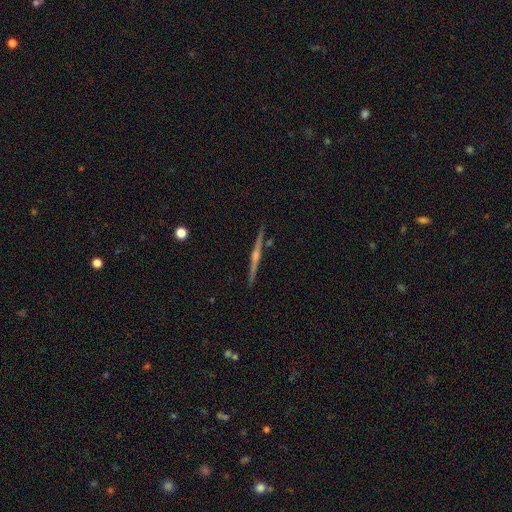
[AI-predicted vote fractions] Morphology: type=featured or disk (73%); edge-on=yes (96%); edge-on bulge=rounded (75%); merging=none (88%).